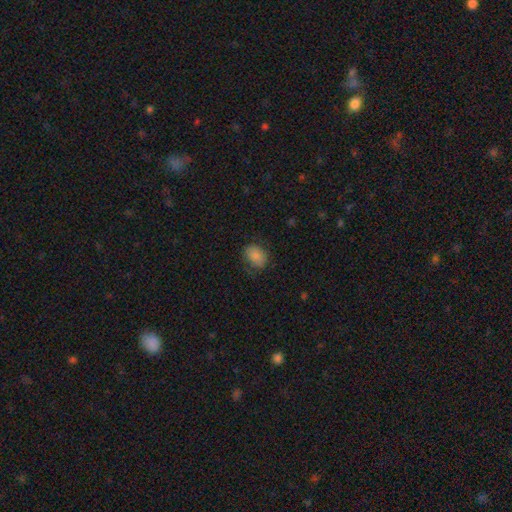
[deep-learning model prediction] A smooth galaxy with no disk features (84%) that is in between round and cigar-shaped (64%).

Vote fractions:
- Smooth or featured? smooth: 84% / star or artifact: 9% / featured or disk: 7%
- How rounded? in between: 64% / round: 35% / cigar-shaped: 1%
- Merging? none: 70% / minor disturbance: 21% / major disturbance: 8% / merger: 1%